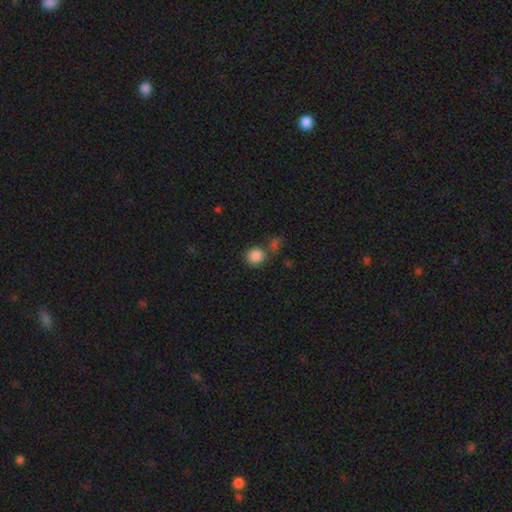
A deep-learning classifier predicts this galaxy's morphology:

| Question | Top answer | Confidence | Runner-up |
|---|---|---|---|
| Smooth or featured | smooth | 86% | star or artifact (10%) |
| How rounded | round | 88% | in between (11%) |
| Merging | none | 66% | merger (20%) |